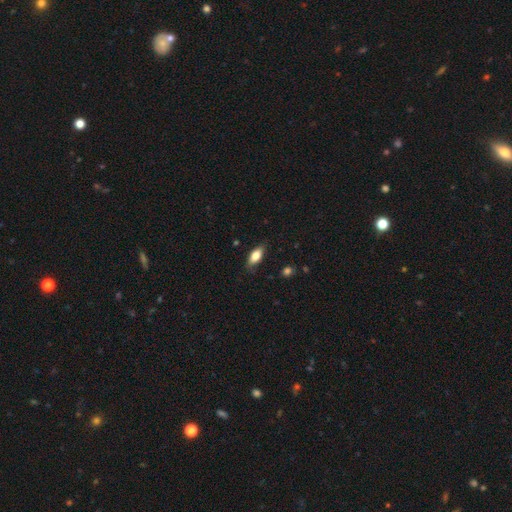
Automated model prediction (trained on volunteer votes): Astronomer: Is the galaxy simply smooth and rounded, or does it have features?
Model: smooth — 76%.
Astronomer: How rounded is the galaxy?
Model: in between — 81%.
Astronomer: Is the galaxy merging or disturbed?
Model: none — 80%.